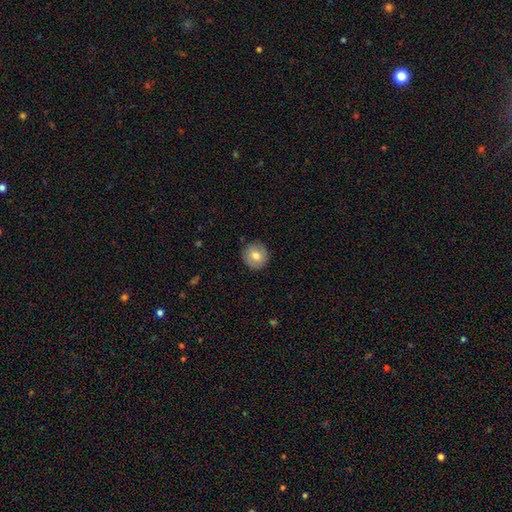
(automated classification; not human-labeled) This is likely a smooth galaxy (79%). How rounded: clearly round (94%). Merging: clearly none (90%).